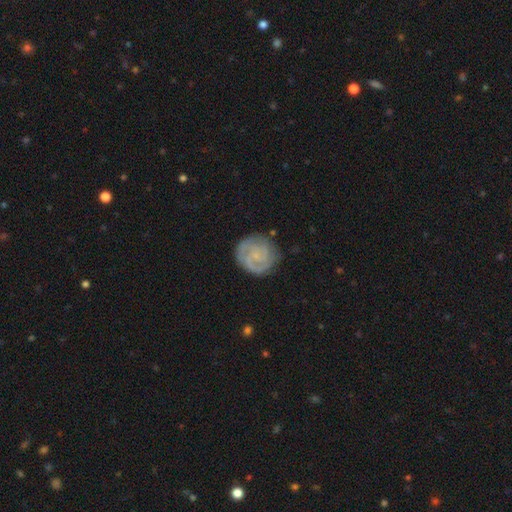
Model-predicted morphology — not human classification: Q: Smooth or featured?
A: featured or disk (84%); runner-up: smooth (11%)
Q: Edge-on disk?
A: no (98%); runner-up: yes (2%)
Q: Bar?
A: no (65%); runner-up: weak (30%)
Q: Spiral arms?
A: yes (97%); runner-up: no (3%)
Q: Spiral winding?
A: tight (71%); runner-up: medium (25%)
Q: Spiral arm count?
A: 2 (54%); runner-up: 3 (22%)
Q: Bulge size?
A: small (68%); runner-up: none (21%)
Q: Merging?
A: none (81%); runner-up: minor disturbance (13%)